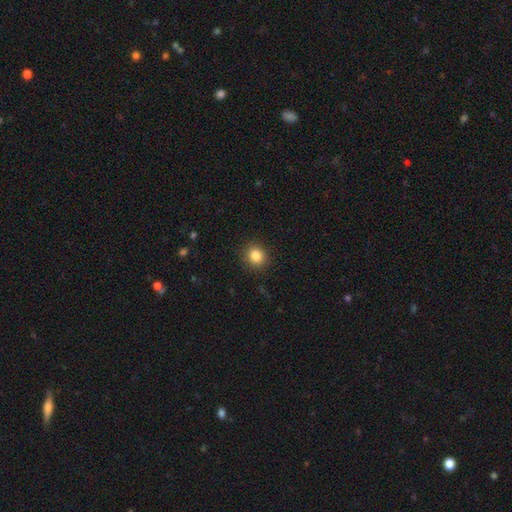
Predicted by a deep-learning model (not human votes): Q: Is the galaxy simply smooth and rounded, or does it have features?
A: smooth — 84%.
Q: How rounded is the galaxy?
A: round — 84%.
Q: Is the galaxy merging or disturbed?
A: none — 90%.